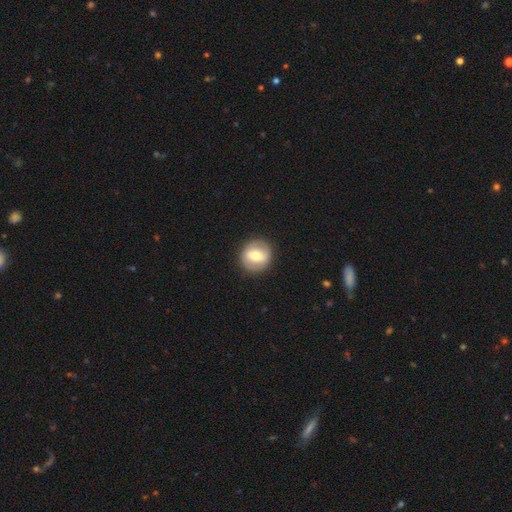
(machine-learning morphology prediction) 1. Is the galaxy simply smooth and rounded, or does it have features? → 51% smooth, 42% featured or disk, 7% star or artifact.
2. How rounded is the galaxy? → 89% round, 10% in between, 1% cigar-shaped.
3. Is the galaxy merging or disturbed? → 89% none, 7% minor disturbance, 3% major disturbance, 1% merger.